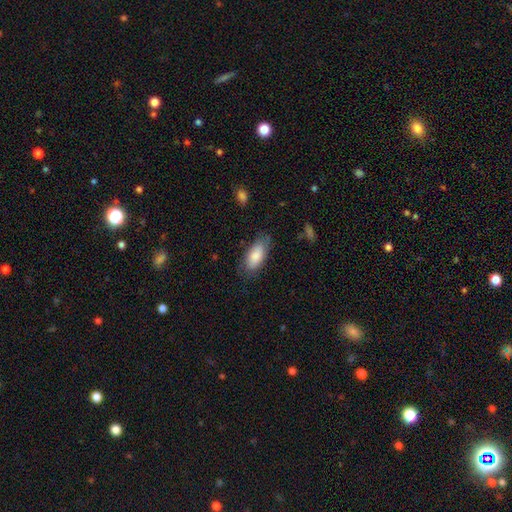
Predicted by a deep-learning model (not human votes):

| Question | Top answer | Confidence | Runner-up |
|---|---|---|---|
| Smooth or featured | smooth | 83% | featured or disk (11%) |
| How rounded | in between | 87% | cigar-shaped (10%) |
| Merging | none | 74% | minor disturbance (20%) |